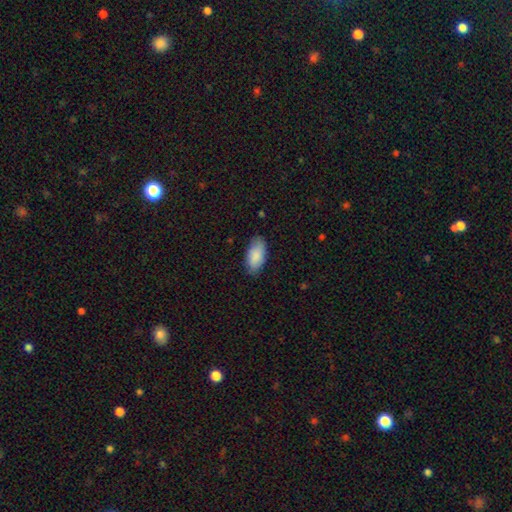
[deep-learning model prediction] Smooth or featured?
  - smooth: 87% *
  - featured or disk: 7%
  - star or artifact: 6%
How rounded?
  - in between: 93% *
  - cigar-shaped: 5%
  - round: 2%
Merging?
  - none: 82% *
  - minor disturbance: 14%
  - major disturbance: 3%
  - merger: 1%